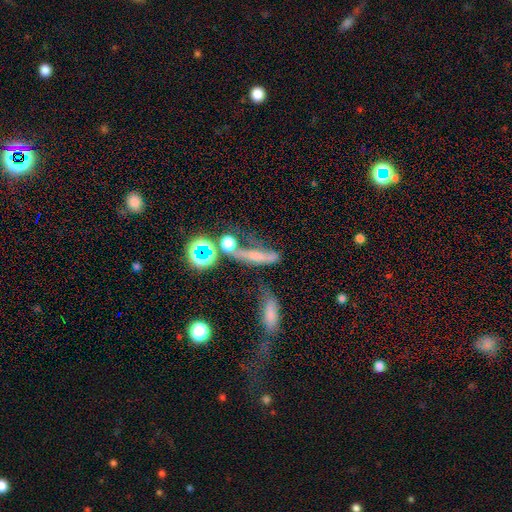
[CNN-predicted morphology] Overall: smooth (42%; featured or disk 34%). Merging: none (36%; merger 26%).